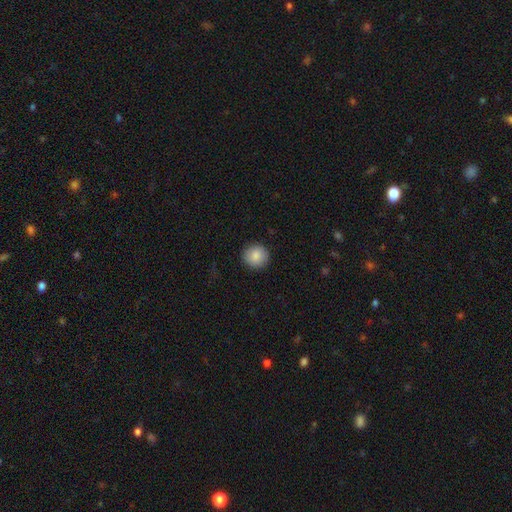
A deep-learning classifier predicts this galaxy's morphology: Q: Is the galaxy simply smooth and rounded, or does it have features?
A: smooth — 88%.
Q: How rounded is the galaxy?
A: round — 91%.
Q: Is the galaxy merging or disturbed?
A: none — 91%.